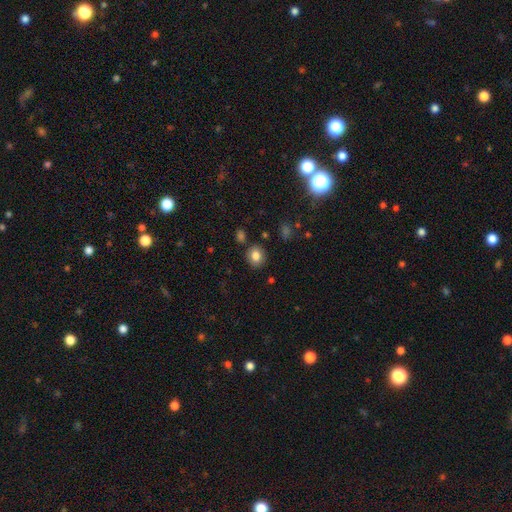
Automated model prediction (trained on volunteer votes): Overall: smooth (82%). How rounded: round (72%). Merging: none (85%).